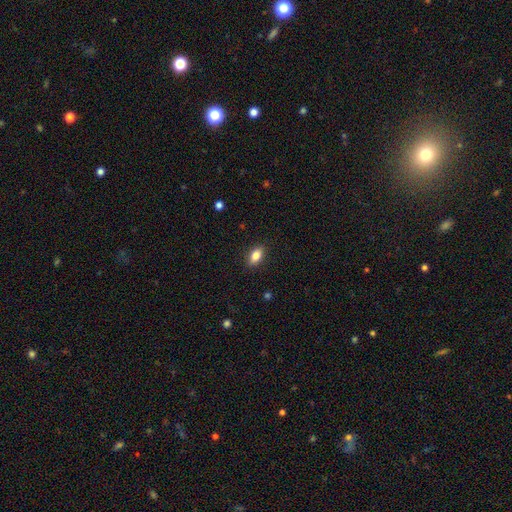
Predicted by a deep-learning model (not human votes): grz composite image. It shows a smooth galaxy with no disk features (84%) that is in between round and cigar-shaped (88%). Merging: none (89%).